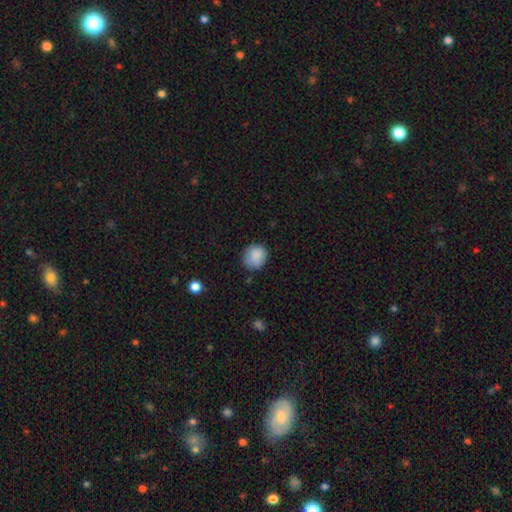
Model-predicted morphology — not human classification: Smooth or featured? Predicted: smooth (p=0.86). How rounded? Predicted: round (p=0.82). Merging? Predicted: none (p=0.73).